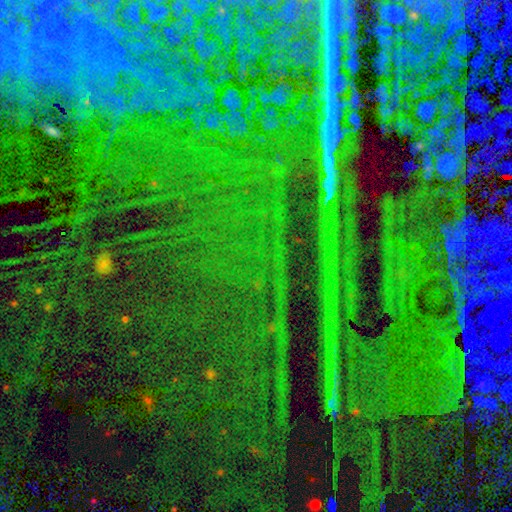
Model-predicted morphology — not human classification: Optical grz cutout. It shows a star or artifact, not a galaxy (85%).